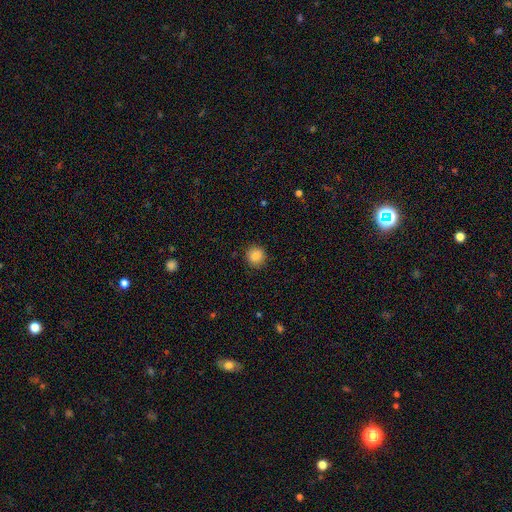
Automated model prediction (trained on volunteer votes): The model was most divided on "smooth or featured": smooth: 86%, star or artifact: 10%, featured or disk: 4%. More confident: how rounded — round (93%); merging — none (91%).